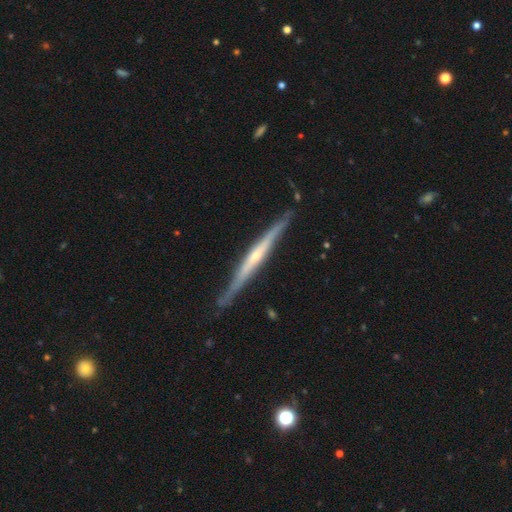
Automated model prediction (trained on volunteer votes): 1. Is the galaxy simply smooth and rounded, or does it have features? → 78% featured or disk, 17% smooth, 5% star or artifact.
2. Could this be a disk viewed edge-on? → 97% yes, 3% no.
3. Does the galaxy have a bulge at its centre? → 59% rounded, 34% none, 7% boxy.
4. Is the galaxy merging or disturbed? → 85% none, 12% minor disturbance, 2% major disturbance, 2% merger.